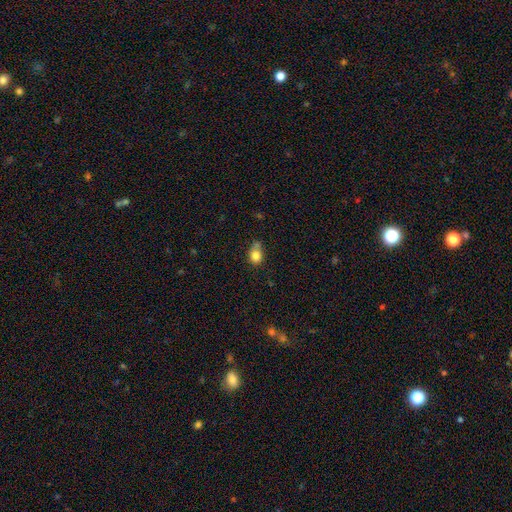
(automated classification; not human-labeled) This appears to be a smooth galaxy with no disk features (81%) that is round (55%). Merging: none (48%).